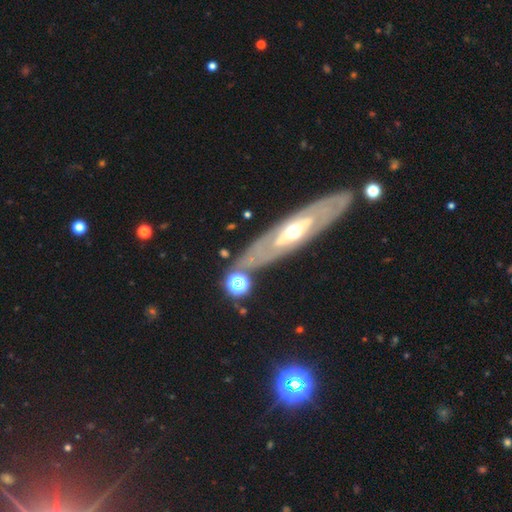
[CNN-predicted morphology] This is likely a featured or disk galaxy (76%). It is likely not viewed edge-on (64%). Merging: clearly none (84%).